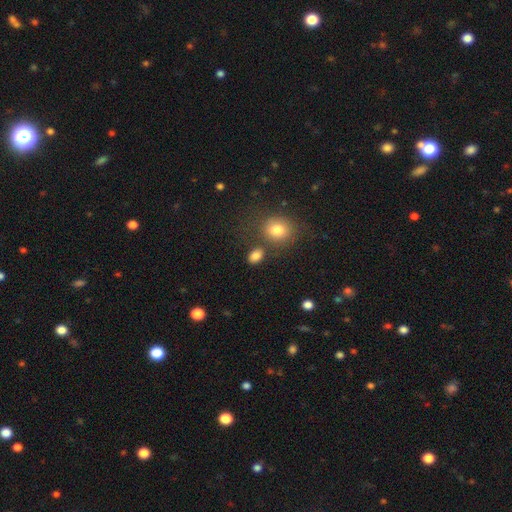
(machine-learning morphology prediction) Smooth or featured? smooth (83%)
How rounded? in between (71%)
Merging? none (73%)